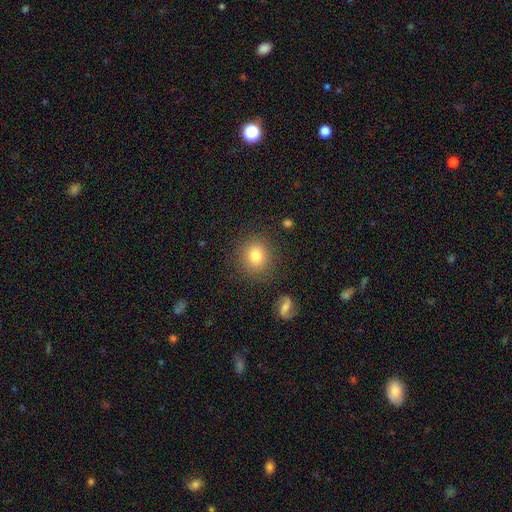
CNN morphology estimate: Q: Smooth or featured?
A: smooth (80%); runner-up: star or artifact (11%)
Q: How rounded?
A: round (84%); runner-up: in between (15%)
Q: Merging?
A: none (85%); runner-up: minor disturbance (9%)